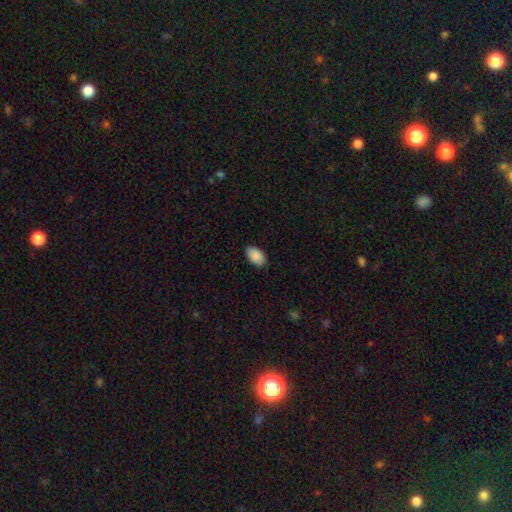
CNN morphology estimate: This appears to be a smooth galaxy with no disk features (90%) that is in between round and cigar-shaped (94%). Merging: none (87%).